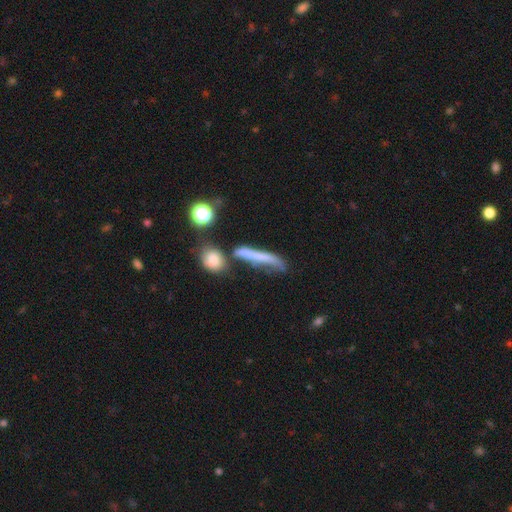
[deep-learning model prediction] smooth 56%, featured or disk 32%, star or artifact 12%. Down the decision tree: how rounded — cigar-shaped (83%); merging — none (46%).